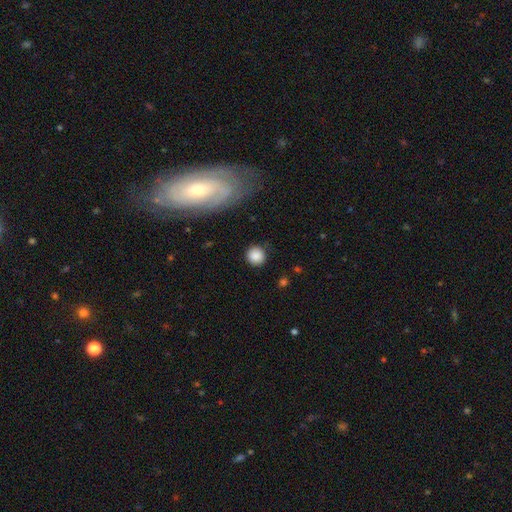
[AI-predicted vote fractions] Morphology: type=smooth (86%); roundness=round (92%); merging=none (87%).